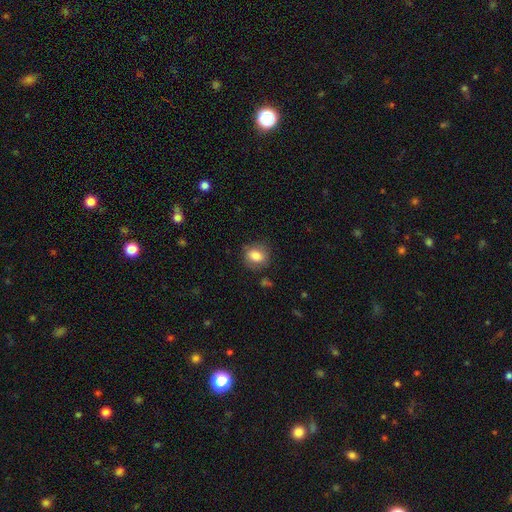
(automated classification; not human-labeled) smooth-or-featured: smooth: 80% | featured or disk: 12% | star or artifact: 8%
  how-rounded: round: 55% | in between: 44% | cigar-shaped: 1%
  merging: none: 75% | minor disturbance: 17% | major disturbance: 6% | merger: 2%